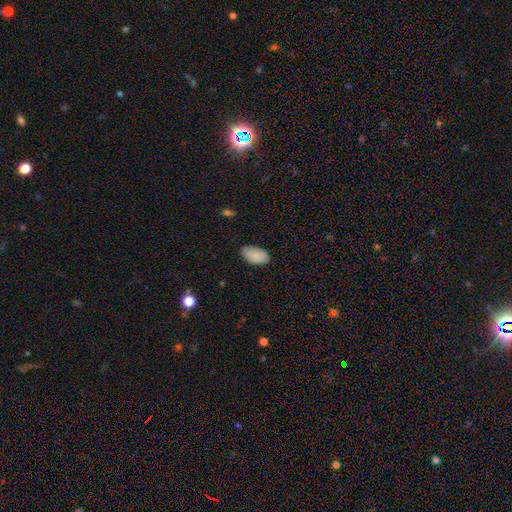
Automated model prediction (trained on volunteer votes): A smooth galaxy with no disk features (87%) that is in between round and cigar-shaped (94%).

Vote fractions:
- Smooth or featured? smooth: 87% / star or artifact: 7% / featured or disk: 6%
- How rounded? in between: 94% / round: 4% / cigar-shaped: 1%
- Merging? none: 75% / minor disturbance: 20% / major disturbance: 3% / merger: 1%